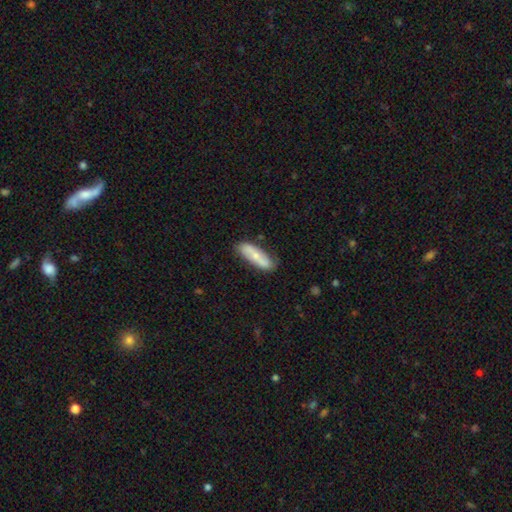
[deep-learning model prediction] Overall: smooth (59%; featured or disk 35%). How rounded: cigar-shaped (50%; in between 48%). Merging: none (77%).